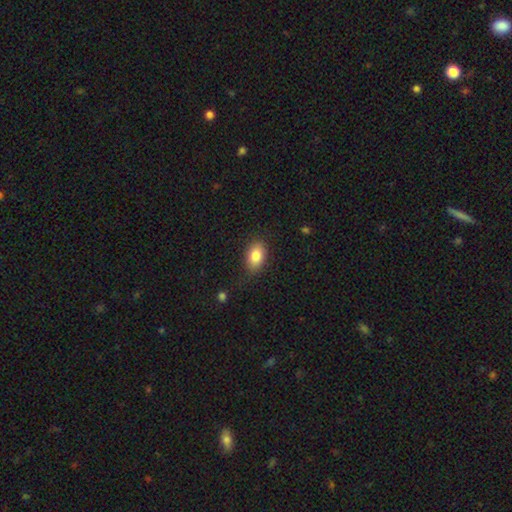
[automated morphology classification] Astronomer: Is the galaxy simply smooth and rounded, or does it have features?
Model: smooth — 84%.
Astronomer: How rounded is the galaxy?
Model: in between — 88%.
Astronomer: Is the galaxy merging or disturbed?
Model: none — 82%.